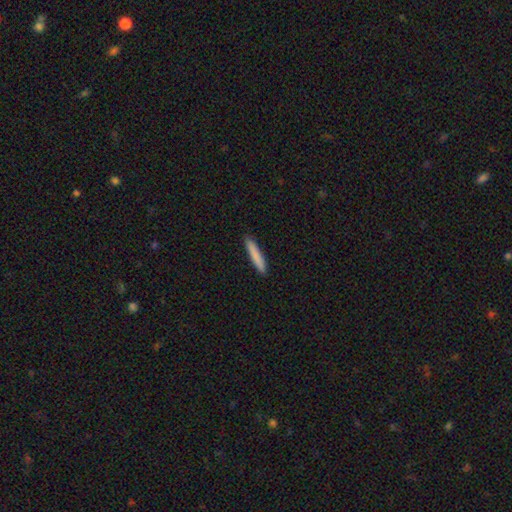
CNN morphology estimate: Smooth or featured?
  - smooth: 84% *
  - featured or disk: 10%
  - star or artifact: 6%
How rounded?
  - cigar-shaped: 93% *
  - in between: 6%
  - round: 1%
Merging?
  - none: 90% *
  - minor disturbance: 7%
  - major disturbance: 1%
  - merger: 1%